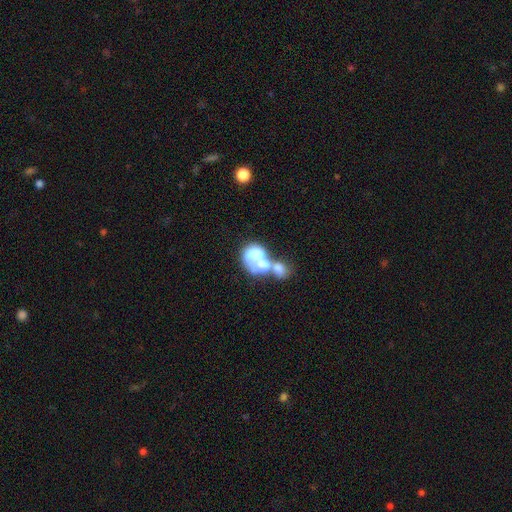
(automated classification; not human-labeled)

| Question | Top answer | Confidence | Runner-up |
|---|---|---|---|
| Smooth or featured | smooth | 50% | featured or disk (41%) |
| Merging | merger | 75% | none (10%) |